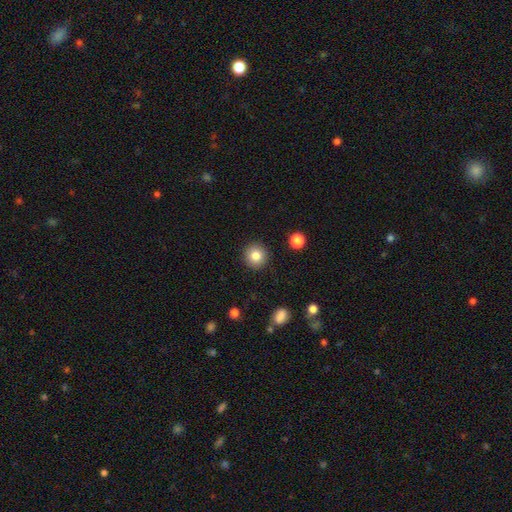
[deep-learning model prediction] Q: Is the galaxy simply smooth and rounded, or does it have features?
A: smooth — 83%.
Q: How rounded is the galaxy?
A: round — 93%.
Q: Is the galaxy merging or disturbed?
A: none — 91%.